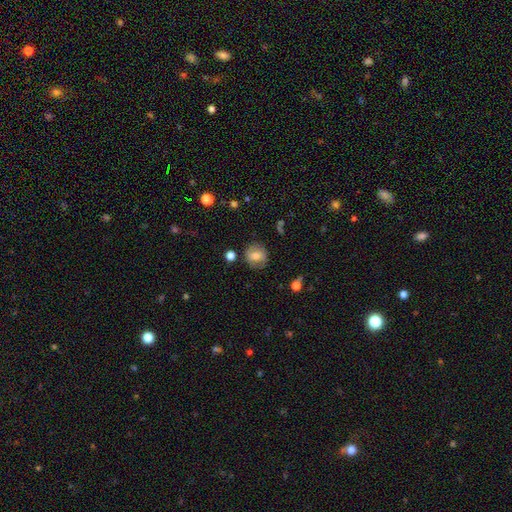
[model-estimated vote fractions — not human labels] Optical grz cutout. It shows a smooth galaxy with no disk features (69%) that is round (81%). Merging: none (81%).